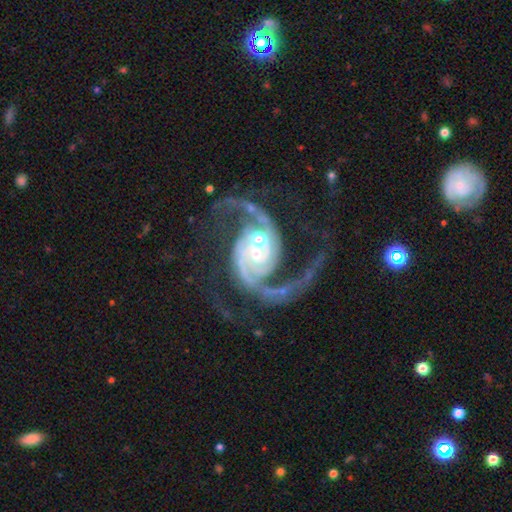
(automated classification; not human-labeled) Smooth or featured? featured or disk (93%)
Edge-on disk? no (98%)
Bar? no (58%)
Spiral arms? yes (98%)
Spiral winding? medium (57%)
Spiral arm count? 2 (85%)
Bulge size? small (49%)
Merging? none (54%)